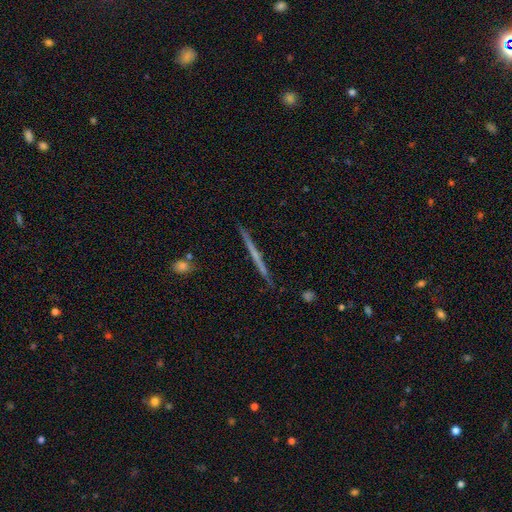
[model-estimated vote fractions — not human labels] featured or disk 64%, smooth 30%, star or artifact 6%. Down the decision tree: edge-on disk — yes (98%); edge-on bulge — none (79%); merging — none (91%).